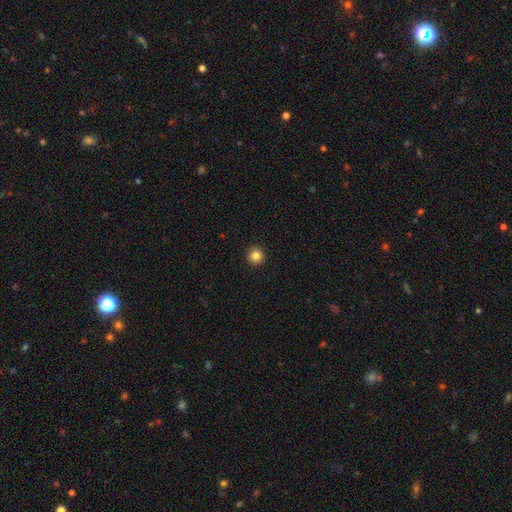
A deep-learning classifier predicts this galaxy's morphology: smooth 84%, star or artifact 11%, featured or disk 5%. Down the decision tree: how rounded — round (95%); merging — none (93%).